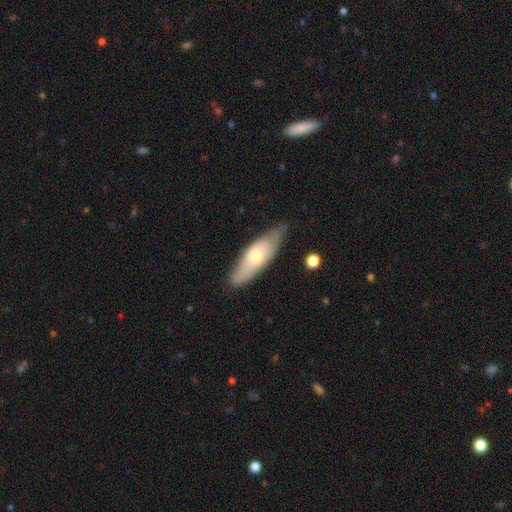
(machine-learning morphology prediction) Smooth or featured?
  - smooth: 54% *
  - featured or disk: 40%
  - star or artifact: 6%
How rounded?
  - in between: 52% *
  - cigar-shaped: 46%
  - round: 2%
Merging?
  - none: 69% *
  - minor disturbance: 25%
  - major disturbance: 5%
  - merger: 2%